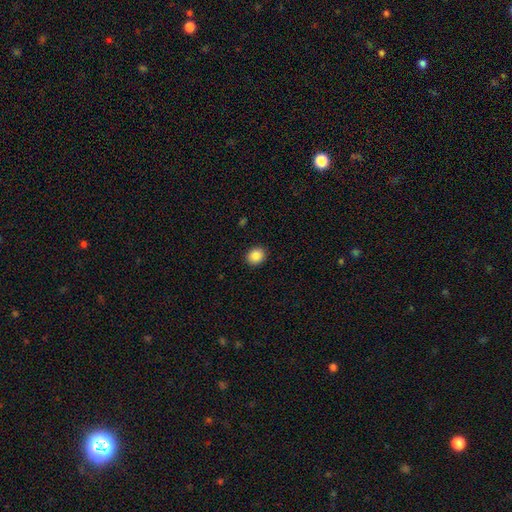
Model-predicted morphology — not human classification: This appears to be a smooth galaxy with no disk features (88%) that is round (61%). Merging: none (91%).